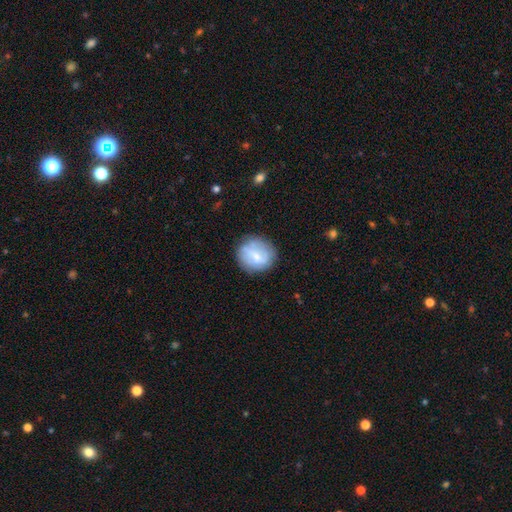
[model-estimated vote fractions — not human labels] This appears to be a smooth galaxy with no disk features (61%) that is round (82%). Merging: none (73%).